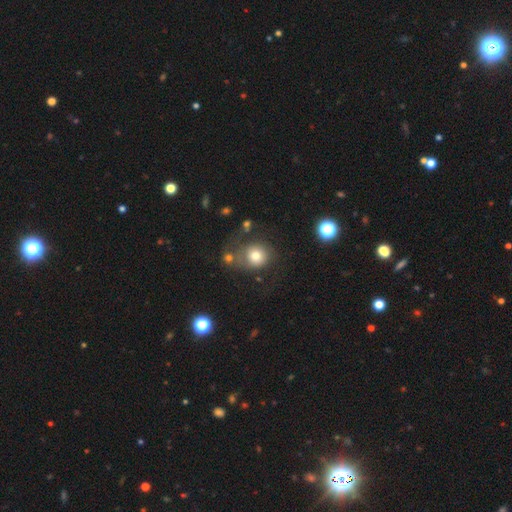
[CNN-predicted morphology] This is likely a smooth galaxy (73%). How rounded: clearly round (82%). Merging: possibly none (54%).